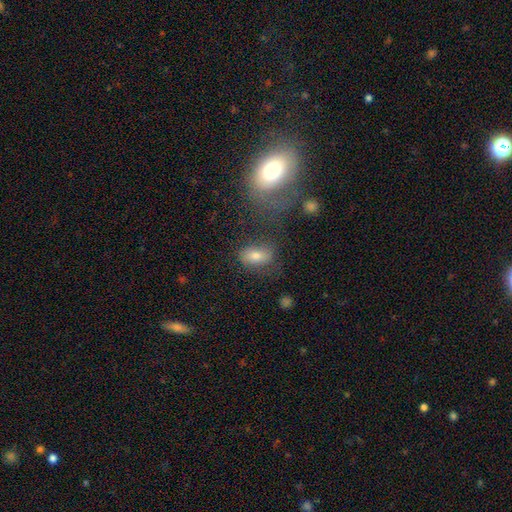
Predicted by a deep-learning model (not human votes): Smooth or featured? smooth (69%)
How rounded? in between (84%)
Merging? none (62%)